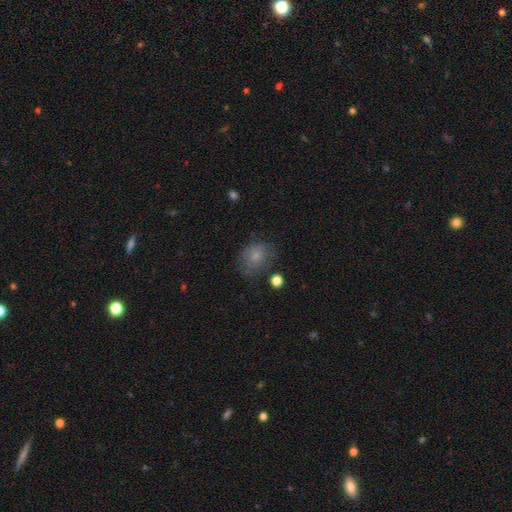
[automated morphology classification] Smooth or featured?
  - smooth: 75% *
  - featured or disk: 13%
  - star or artifact: 11%
How rounded?
  - round: 56% *
  - in between: 43%
  - cigar-shaped: 1%
Merging?
  - none: 63% *
  - minor disturbance: 23%
  - major disturbance: 11%
  - merger: 3%